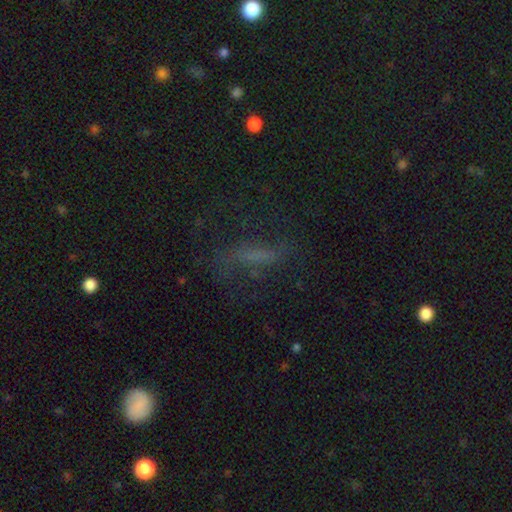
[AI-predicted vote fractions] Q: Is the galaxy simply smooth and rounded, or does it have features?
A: smooth — 40%.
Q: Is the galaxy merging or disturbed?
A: none — 58%.